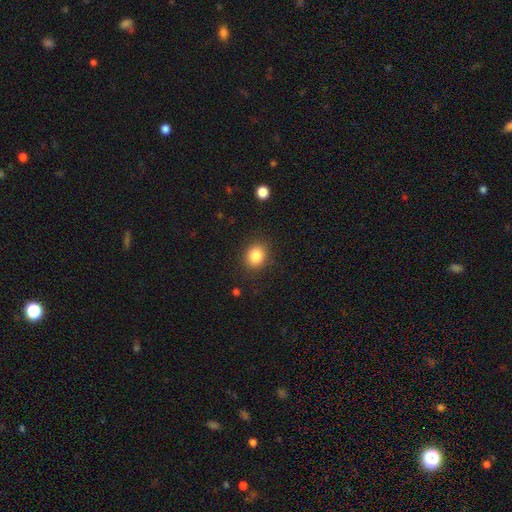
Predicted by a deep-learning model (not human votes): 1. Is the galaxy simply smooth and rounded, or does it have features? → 85% smooth, 10% star or artifact, 6% featured or disk.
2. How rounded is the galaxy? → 63% round, 36% in between, 1% cigar-shaped.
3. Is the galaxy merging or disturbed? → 86% none, 9% minor disturbance, 3% major disturbance, 1% merger.